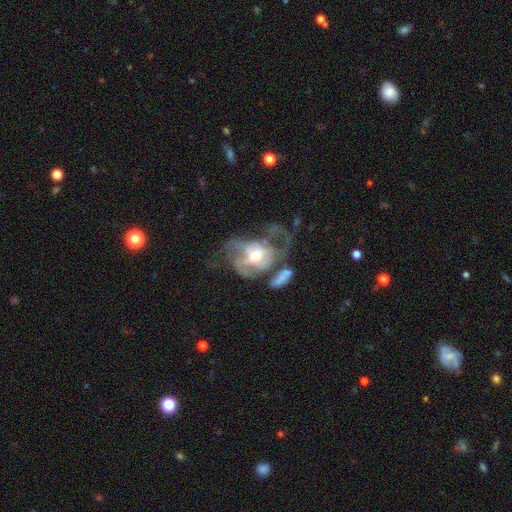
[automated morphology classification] This appears to be a featured or disk galaxy (67%) with no bar (68%), no spiral arms (52%) and a moderate central bulge (58%). Merging: major disturbance (49%).